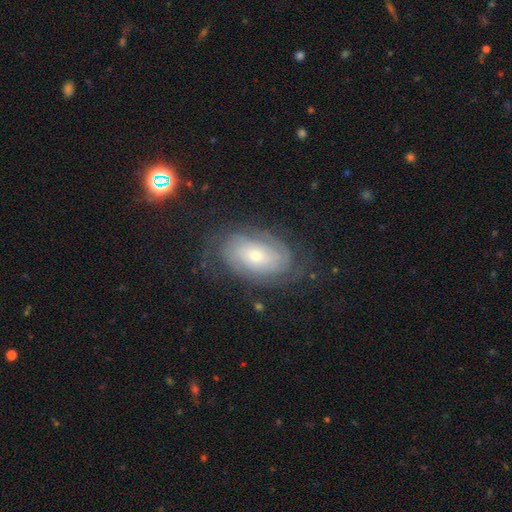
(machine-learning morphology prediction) Smooth or featured? featured or disk (74%)
Edge-on disk? no (95%)
Bar? no (74%)
Spiral arms? yes (89%)
Spiral winding? tight (71%)
Spiral arm count? can't tell (47%)
Bulge size? small (52%)
Merging? none (72%)